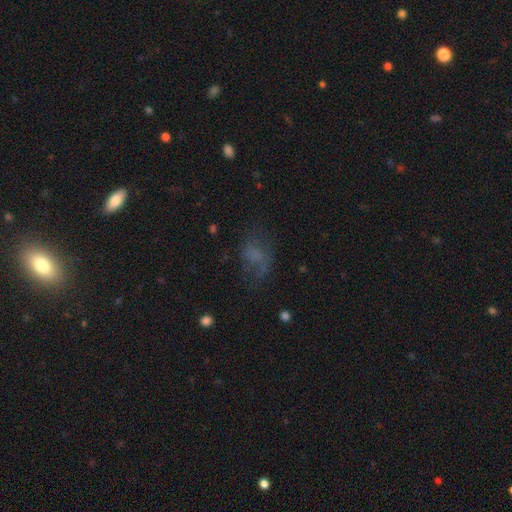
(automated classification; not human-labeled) Overall: smooth (49%; featured or disk 29%). Merging: none (46%; major disturbance 29%).